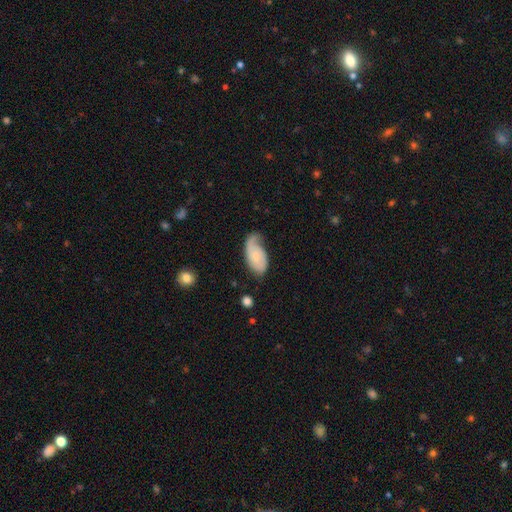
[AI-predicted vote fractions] Smooth or featured? featured or disk (50%)
Edge-on disk? no (94%)
Merging? none (39%)